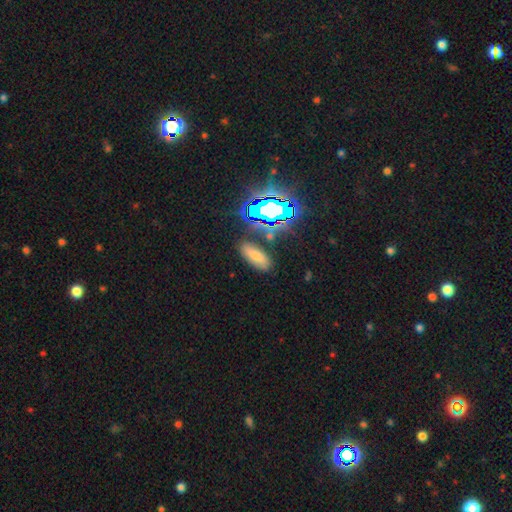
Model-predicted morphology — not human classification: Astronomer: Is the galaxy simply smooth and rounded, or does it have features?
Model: smooth — 64%.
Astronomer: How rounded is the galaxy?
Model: in between — 78%.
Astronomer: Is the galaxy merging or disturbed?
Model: none — 82%.